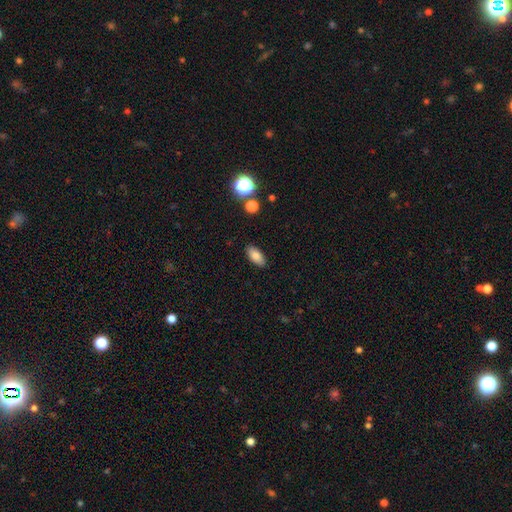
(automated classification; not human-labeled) Smooth or featured: smooth — 81% (star or artifact — 10%)
How rounded: in between — 87% (cigar-shaped — 9%)
Merging: none — 88% (minor disturbance — 8%)